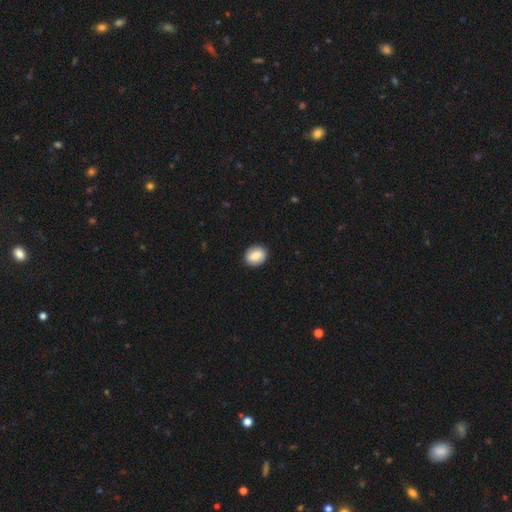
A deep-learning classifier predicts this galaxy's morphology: Q: Smooth or featured?
A: smooth (74%); runner-up: featured or disk (18%)
Q: How rounded?
A: round (55%); runner-up: in between (43%)
Q: Merging?
A: none (90%); runner-up: minor disturbance (7%)